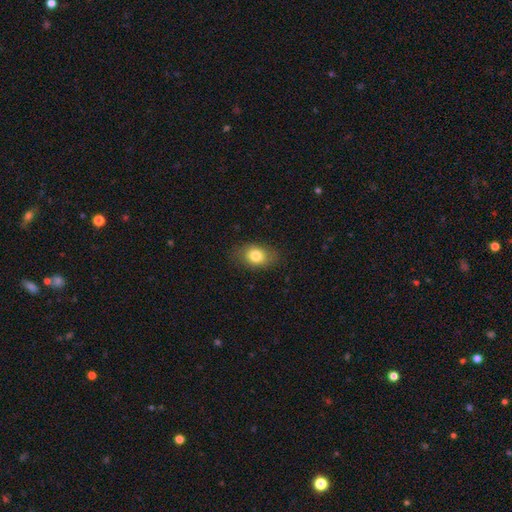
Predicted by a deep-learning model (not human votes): smooth 80%, featured or disk 11%, star or artifact 9%. Down the decision tree: how rounded — in between (74%); merging — none (81%).